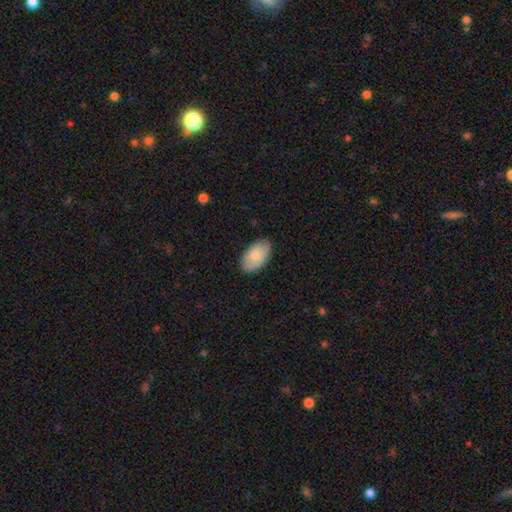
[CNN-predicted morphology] This is likely a smooth galaxy (79%). How rounded: clearly in between (95%). Merging: clearly none (85%).